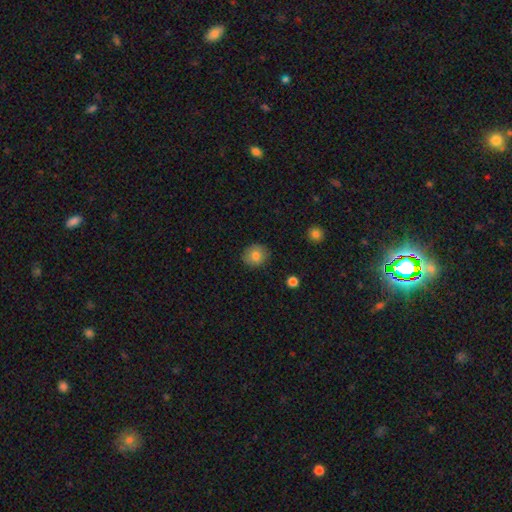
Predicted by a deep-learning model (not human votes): Smooth or featured?
  - smooth: 81% *
  - featured or disk: 10%
  - star or artifact: 9%
How rounded?
  - round: 83% *
  - in between: 16%
  - cigar-shaped: 1%
Merging?
  - none: 88% *
  - minor disturbance: 9%
  - major disturbance: 2%
  - merger: 1%